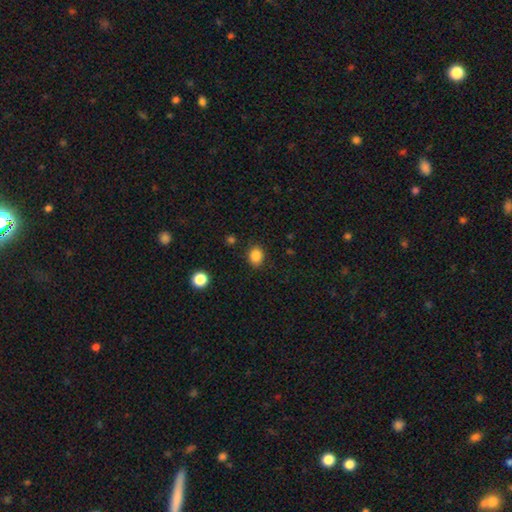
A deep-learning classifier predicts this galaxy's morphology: The model was most divided on "how rounded": round: 59%, in between: 40%, cigar-shaped: 1%. More confident: merging — none (86%); smooth or featured — smooth (85%).